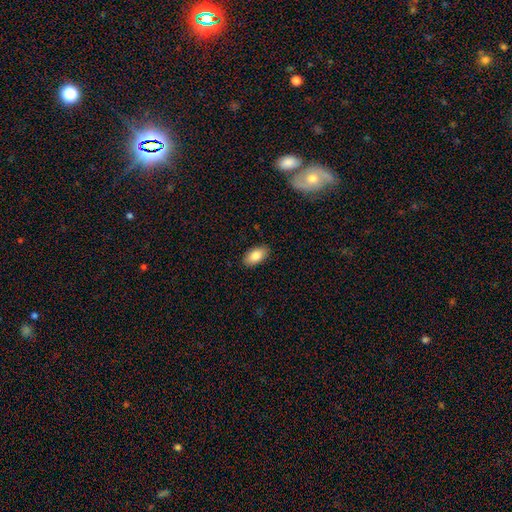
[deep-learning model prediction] smooth_or_featured: smooth (p=0.84) [alt: featured or disk p=0.10]
how_rounded: in between (p=0.94) [alt: round p=0.04]
merging: none (p=0.89) [alt: minor disturbance p=0.08]